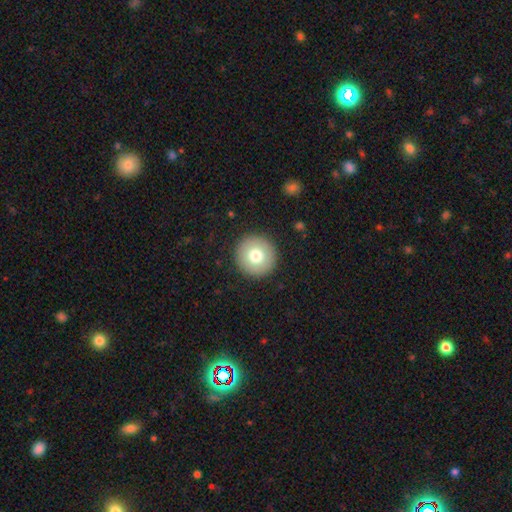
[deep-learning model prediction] Q: Smooth or featured?
A: smooth (75%); runner-up: featured or disk (17%)
Q: How rounded?
A: round (97%); runner-up: in between (2%)
Q: Merging?
A: none (92%); runner-up: minor disturbance (5%)